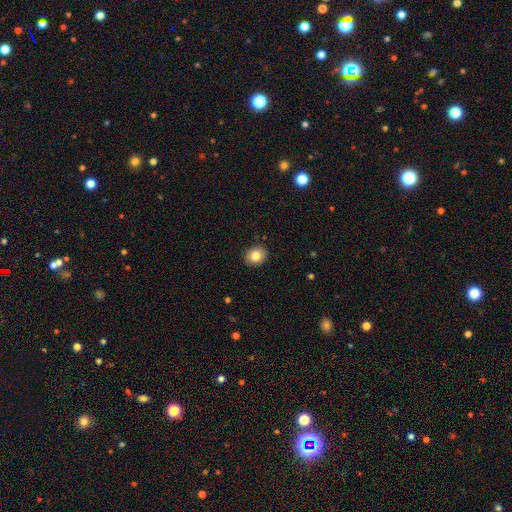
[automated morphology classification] smooth-or-featured: smooth: 82% | star or artifact: 9% | featured or disk: 8%
  how-rounded: round: 60% | in between: 39% | cigar-shaped: 1%
  merging: none: 89% | minor disturbance: 8% | major disturbance: 2% | merger: 1%